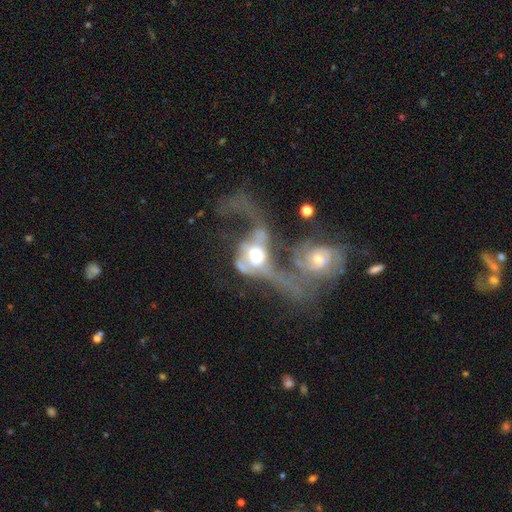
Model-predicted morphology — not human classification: The model was most divided on "bulge size": moderate: 47%, large: 35%, small: 10%, dominant: 6%, none: 3%. More confident: edge-on disk — no (92%); smooth or featured — featured or disk (71%); bar — no (69%); spiral arms — yes (63%); merging — merger (61%).